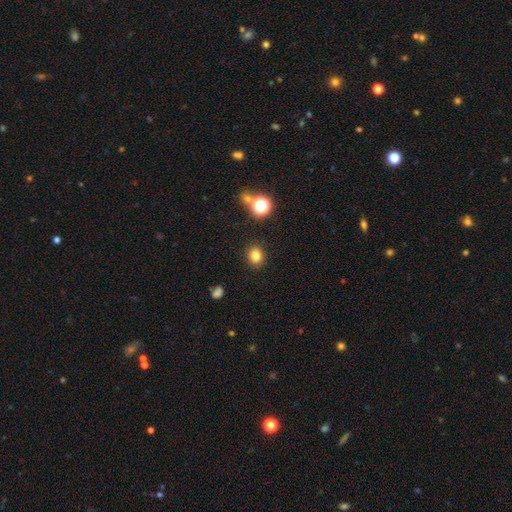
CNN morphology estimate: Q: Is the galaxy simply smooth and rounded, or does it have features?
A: smooth — 80%.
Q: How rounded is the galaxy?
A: round — 73%.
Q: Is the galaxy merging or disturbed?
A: none — 89%.